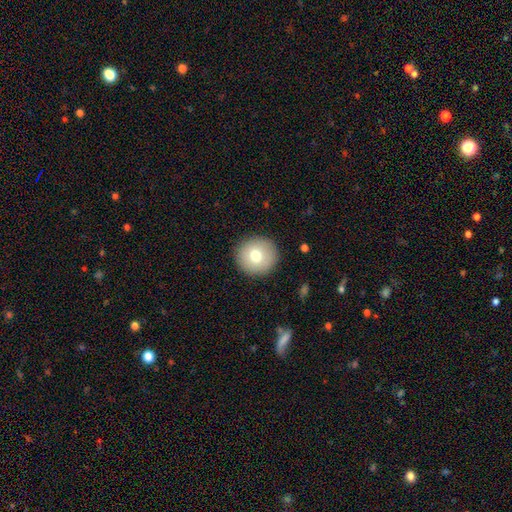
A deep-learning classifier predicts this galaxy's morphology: smooth-or-featured: smooth: 74% | featured or disk: 17% | star or artifact: 9%
  how-rounded: round: 94% | in between: 5% | cigar-shaped: 1%
  merging: none: 91% | minor disturbance: 6% | major disturbance: 2% | merger: 1%